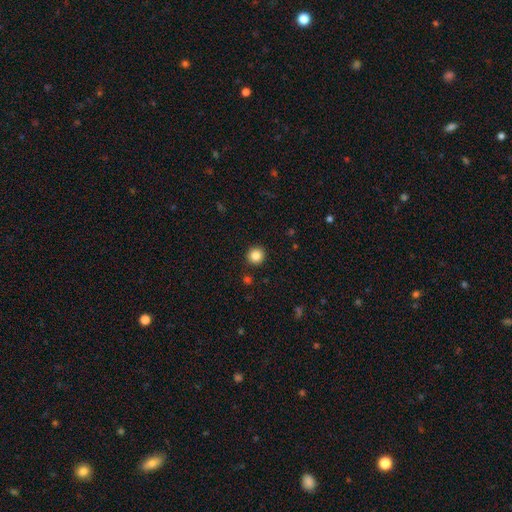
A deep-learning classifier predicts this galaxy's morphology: Q: Smooth or featured?
A: smooth (84%); runner-up: star or artifact (11%)
Q: How rounded?
A: round (94%); runner-up: in between (5%)
Q: Merging?
A: none (92%); runner-up: minor disturbance (5%)